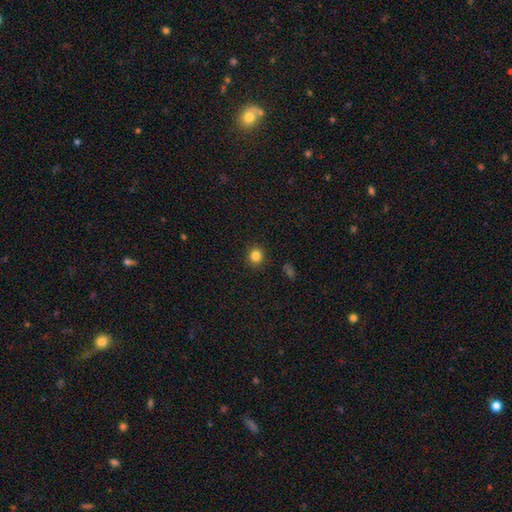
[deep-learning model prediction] Morphology: type=smooth (83%); roundness=round (84%); merging=none (90%).